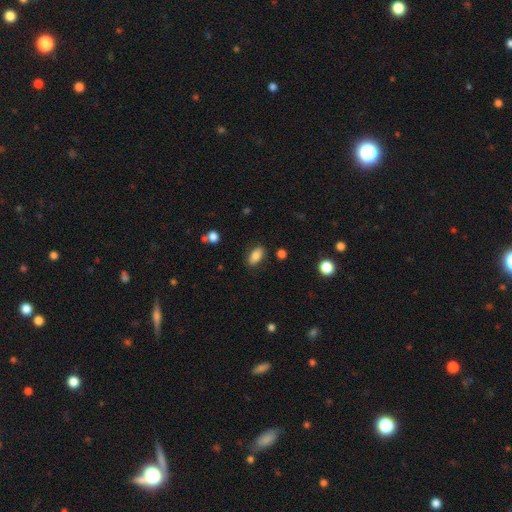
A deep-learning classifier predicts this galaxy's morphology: smooth_or_featured: smooth (p=0.83) [alt: featured or disk p=0.09]
how_rounded: in between (p=0.89) [alt: cigar-shaped p=0.06]
merging: none (p=0.84) [alt: minor disturbance p=0.12]